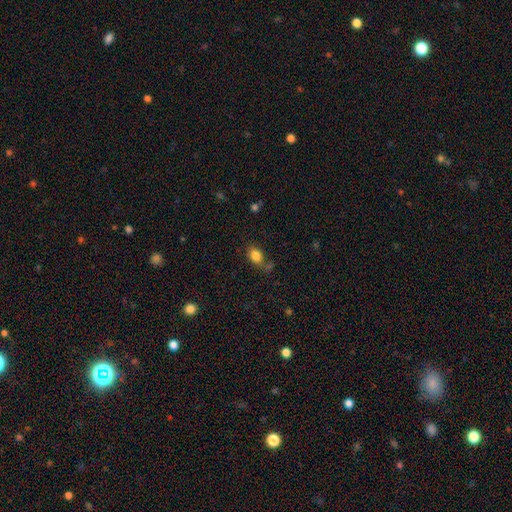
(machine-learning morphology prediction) The model was most divided on "merging": none: 57%, minor disturbance: 22%, merger: 11%, major disturbance: 10%. More confident: smooth or featured — smooth (83%); how rounded — in between (74%).